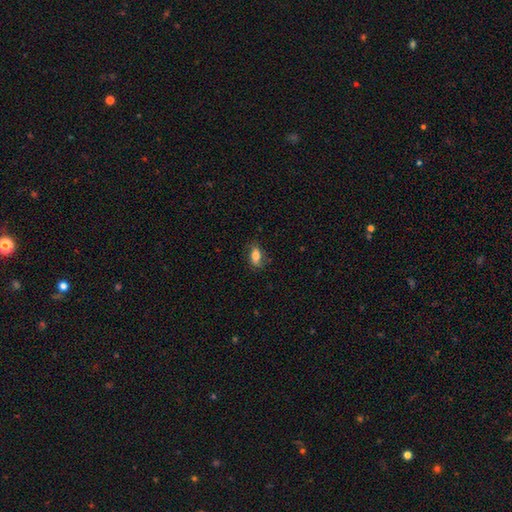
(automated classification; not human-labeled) Q: Smooth or featured?
A: smooth (81%); runner-up: featured or disk (11%)
Q: How rounded?
A: in between (85%); runner-up: cigar-shaped (9%)
Q: Merging?
A: none (77%); runner-up: minor disturbance (18%)